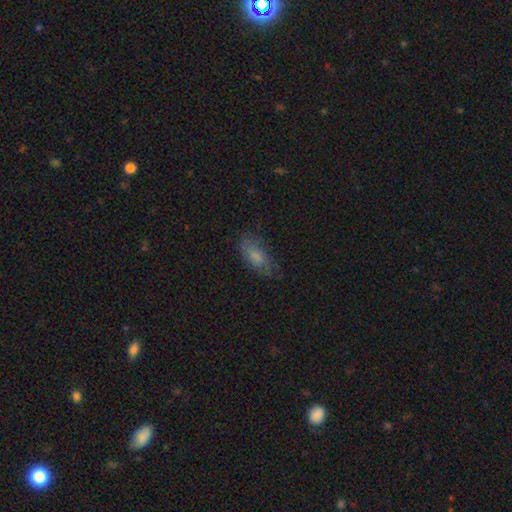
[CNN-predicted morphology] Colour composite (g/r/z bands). It shows a smooth galaxy with no disk features (72%) that is in between round and cigar-shaped (84%). Merging: none (70%).